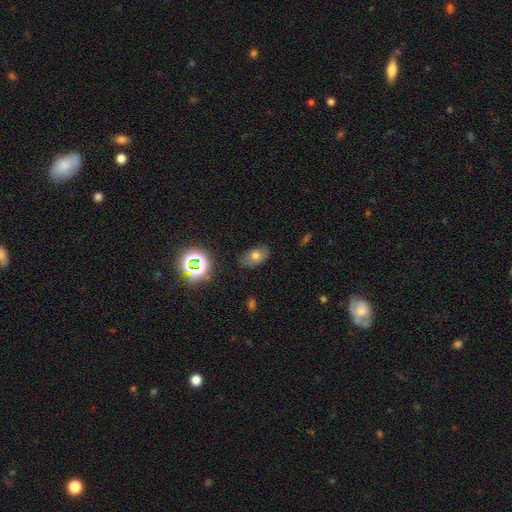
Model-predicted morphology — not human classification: Smooth or featured? Predicted: smooth (p=0.63). How rounded? Predicted: in between (p=0.86). Merging? Predicted: none (p=0.72).